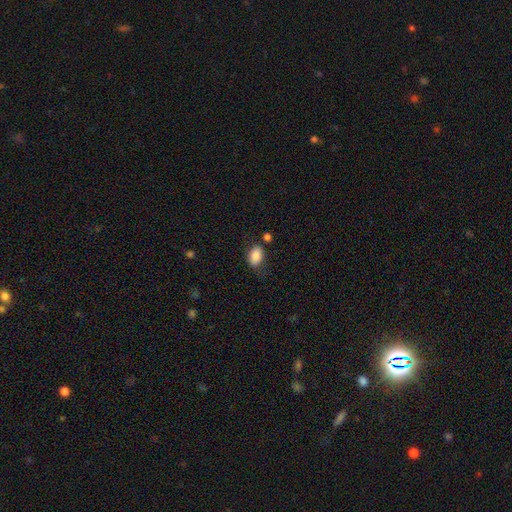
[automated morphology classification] Smooth or featured?
  - smooth: 85% *
  - star or artifact: 8%
  - featured or disk: 6%
How rounded?
  - in between: 84% *
  - round: 14%
  - cigar-shaped: 1%
Merging?
  - none: 68% *
  - minor disturbance: 20%
  - merger: 6%
  - major disturbance: 6%